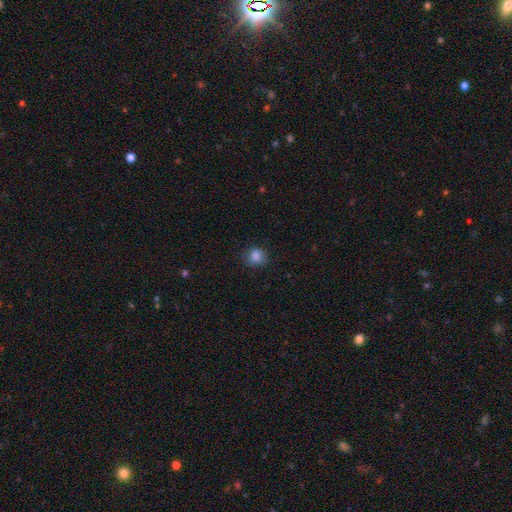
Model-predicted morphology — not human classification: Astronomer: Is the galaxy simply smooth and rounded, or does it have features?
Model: smooth — 84%.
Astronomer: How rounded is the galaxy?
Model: round — 74%.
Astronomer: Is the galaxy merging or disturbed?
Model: none — 75%.